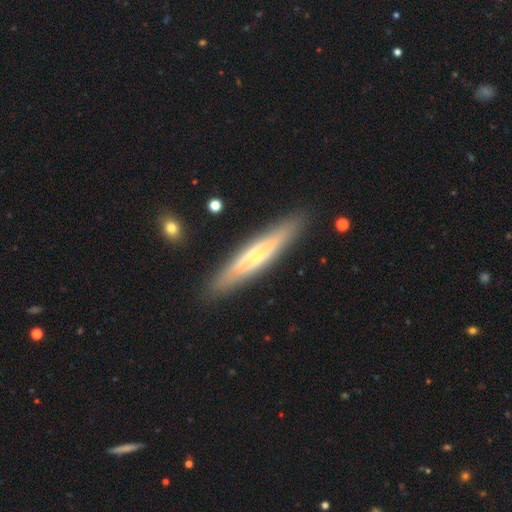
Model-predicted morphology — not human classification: A featured or disk galaxy (57%) viewed edge-on (84%). Merging: none (88%).